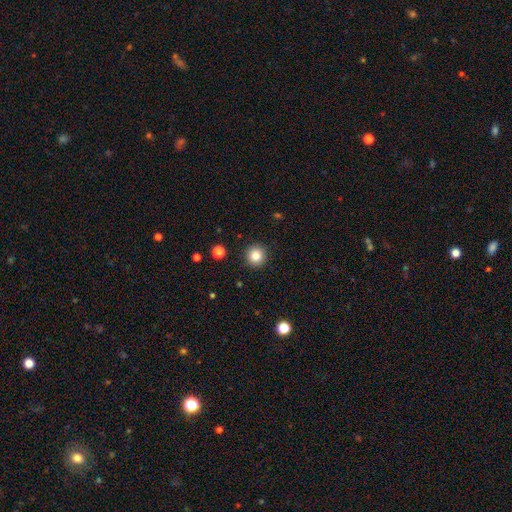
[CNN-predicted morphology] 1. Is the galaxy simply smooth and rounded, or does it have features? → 83% smooth, 11% star or artifact, 6% featured or disk.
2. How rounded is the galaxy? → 95% round, 4% in between, 1% cigar-shaped.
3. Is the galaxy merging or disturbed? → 92% none, 5% minor disturbance, 2% major disturbance, 1% merger.